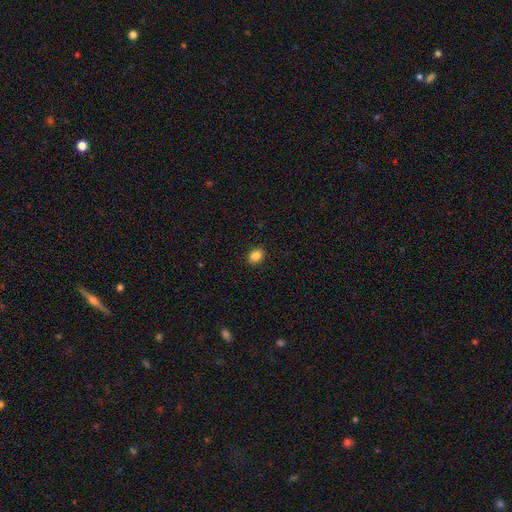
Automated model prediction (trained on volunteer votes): Smooth or featured? Predicted: smooth (p=0.86). How rounded? Predicted: in between (p=0.54). Merging? Predicted: none (p=0.90).